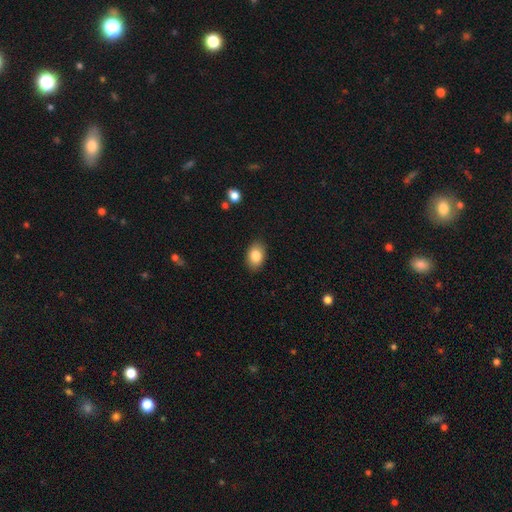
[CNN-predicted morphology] smooth 85%, star or artifact 8%, featured or disk 8%. Down the decision tree: how rounded — in between (83%); merging — none (87%).